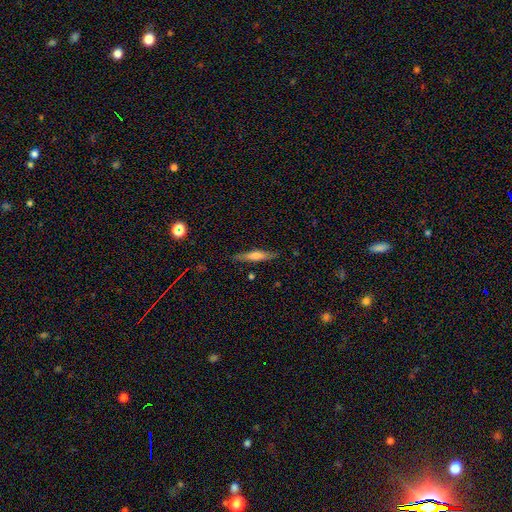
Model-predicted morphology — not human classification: A smooth galaxy with no disk features (50%) that is cigar-shaped (88%). Merging: none (86%).